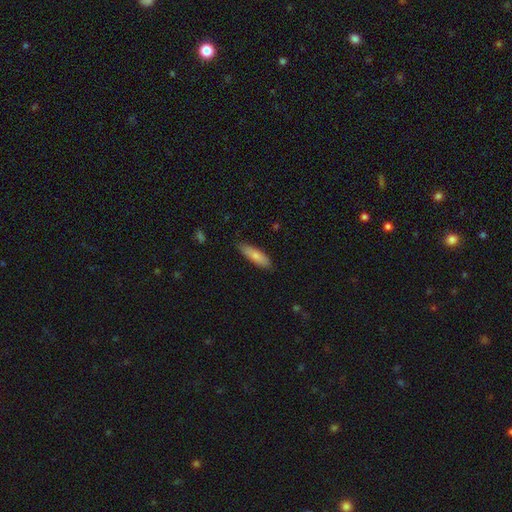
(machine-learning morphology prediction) This is likely a smooth galaxy (79%). How rounded: possibly cigar-shaped (54%). Merging: clearly none (82%).